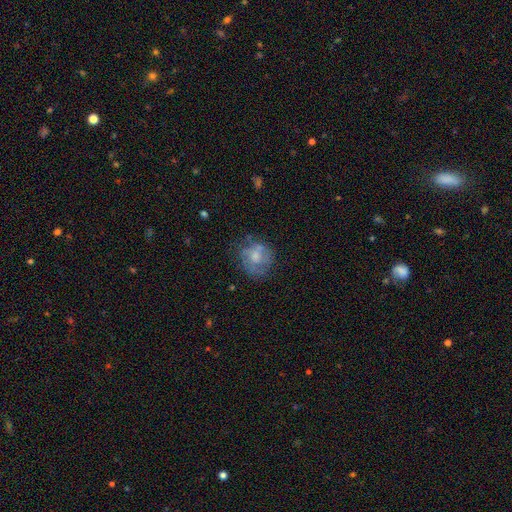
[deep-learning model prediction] Smooth or featured? smooth (47%)
Merging? none (57%)